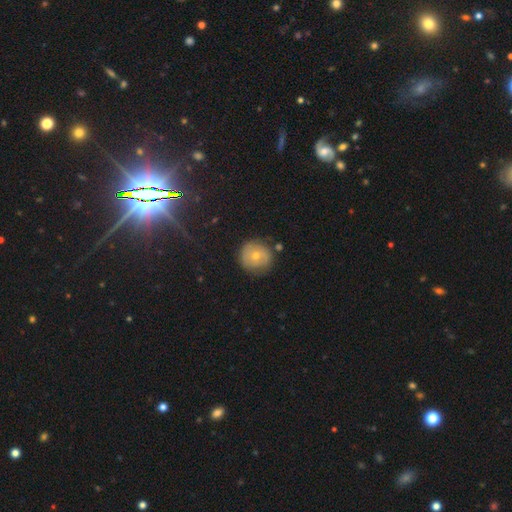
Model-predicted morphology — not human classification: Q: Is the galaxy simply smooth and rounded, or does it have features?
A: smooth — 57%.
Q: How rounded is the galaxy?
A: round — 89%.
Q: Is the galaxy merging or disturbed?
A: none — 72%.